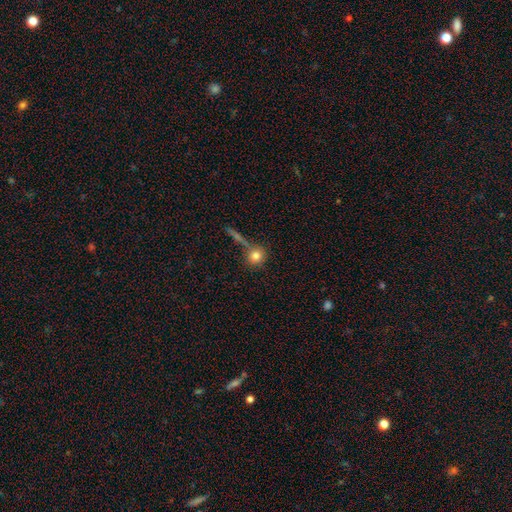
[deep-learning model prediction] Morphology: type=smooth (81%); roundness=round (88%); merging=none (67%).